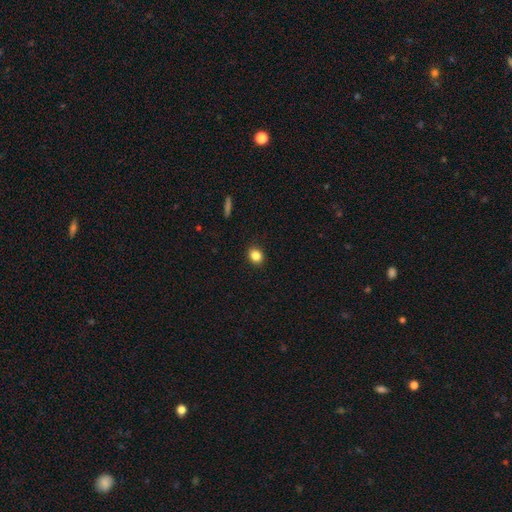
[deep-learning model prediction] Overall: smooth (84%). How rounded: round (64%; in between 35%). Merging: none (91%).